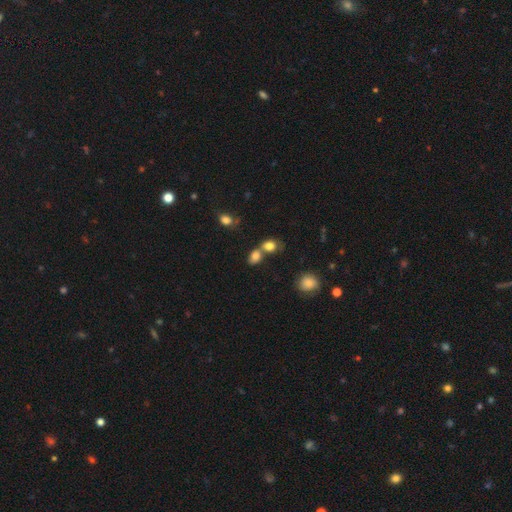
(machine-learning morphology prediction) type=smooth (79%); roundness=in between (66%); merging=merger (49%).